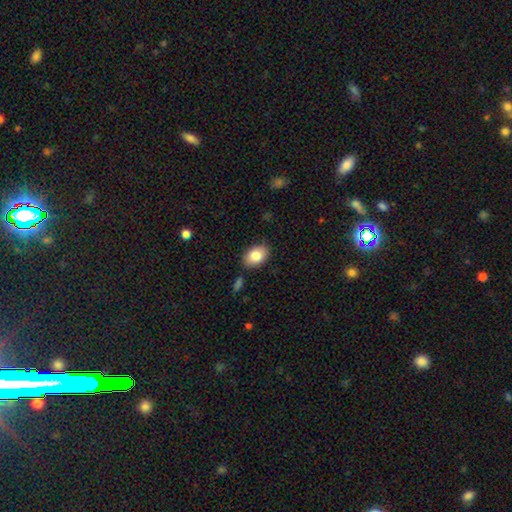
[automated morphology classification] Q: Smooth or featured?
A: smooth (83%); runner-up: featured or disk (10%)
Q: How rounded?
A: in between (85%); runner-up: round (14%)
Q: Merging?
A: none (85%); runner-up: minor disturbance (10%)